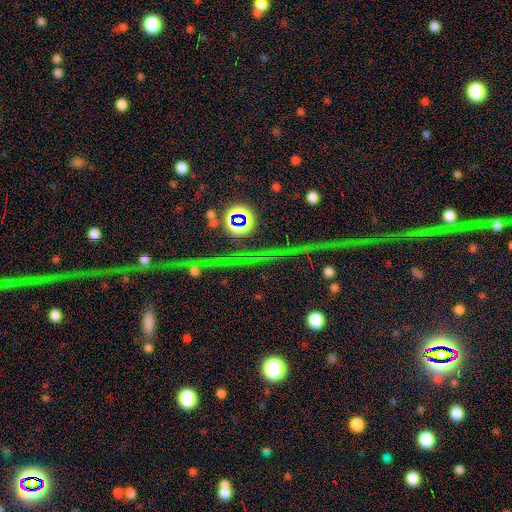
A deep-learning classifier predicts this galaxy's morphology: Q: Smooth or featured?
A: star or artifact (75%); runner-up: featured or disk (14%)